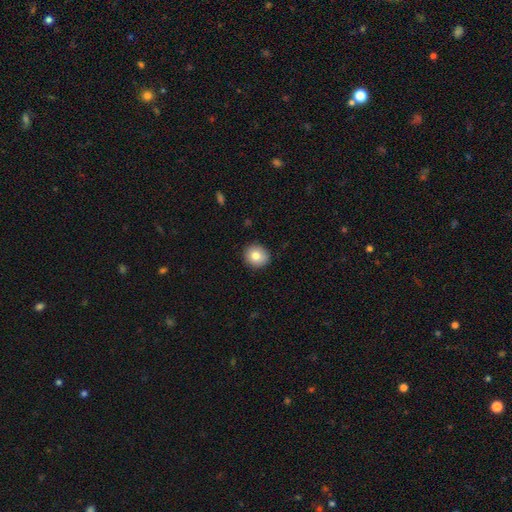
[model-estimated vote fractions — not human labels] Smooth or featured? Predicted: smooth (p=0.81). How rounded? Predicted: round (p=0.90). Merging? Predicted: none (p=0.89).